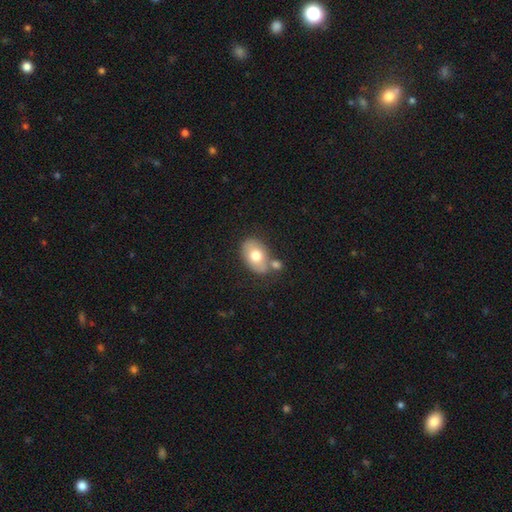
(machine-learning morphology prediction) type=smooth (71%); roundness=in between (85%); merging=none (59%).